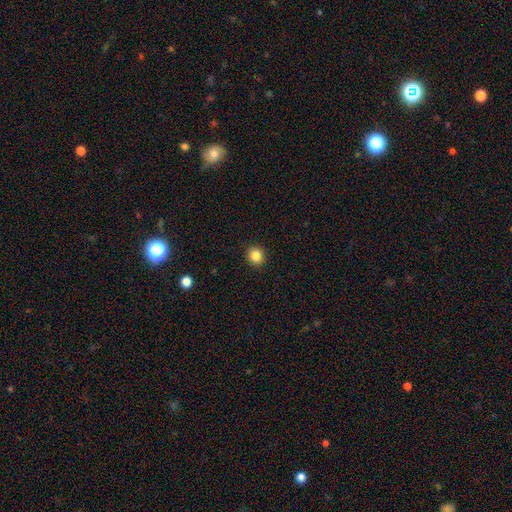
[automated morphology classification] smooth_or_featured: smooth (p=0.85) [alt: star or artifact p=0.11]
how_rounded: round (p=0.86) [alt: in between p=0.13]
merging: none (p=0.92) [alt: minor disturbance p=0.05]